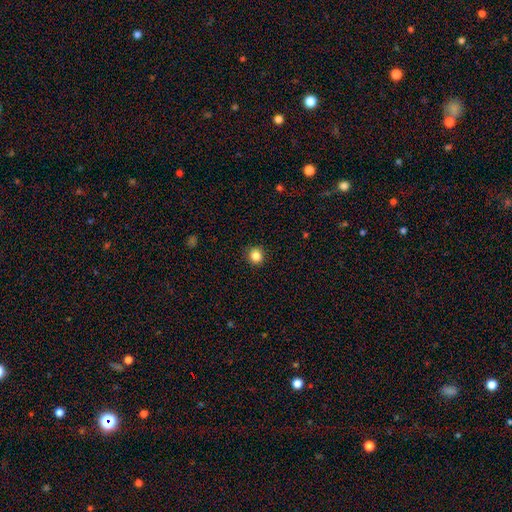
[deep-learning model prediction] smooth 85%, star or artifact 11%, featured or disk 4%. Down the decision tree: how rounded — round (93%); merging — none (92%).